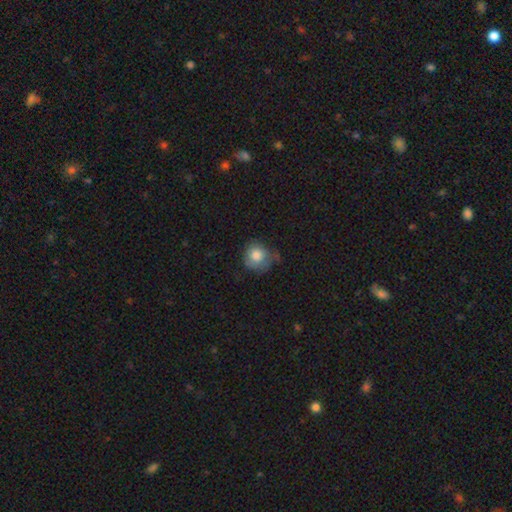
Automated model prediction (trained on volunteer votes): smooth_or_featured: smooth (p=0.79) [alt: featured or disk p=0.12]
how_rounded: round (p=0.85) [alt: in between p=0.14]
merging: none (p=0.53) [alt: minor disturbance p=0.32]